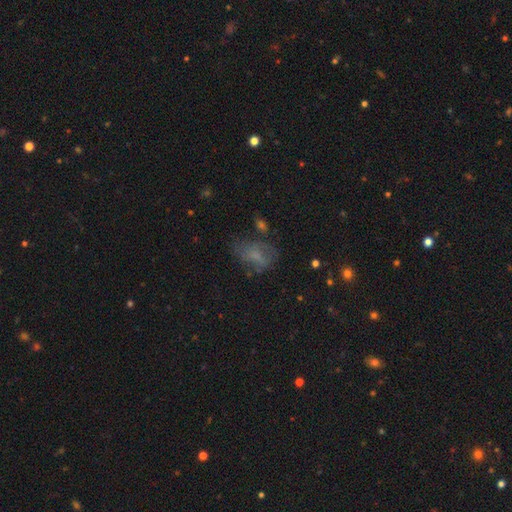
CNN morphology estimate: This is possibly a smooth galaxy (54%). How rounded: clearly in between (82%). Merging: possibly none (45%).